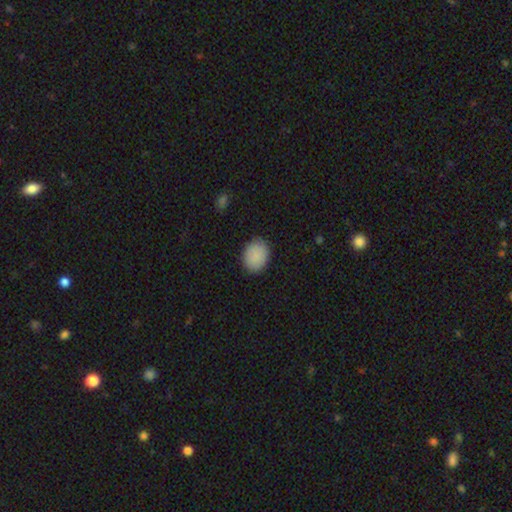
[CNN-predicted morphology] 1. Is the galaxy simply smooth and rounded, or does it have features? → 88% smooth, 8% star or artifact, 4% featured or disk.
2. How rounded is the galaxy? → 50% round (tied), 50% in between (tied), 1% cigar-shaped.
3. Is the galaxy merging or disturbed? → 86% none, 11% minor disturbance, 2% major disturbance, 1% merger.